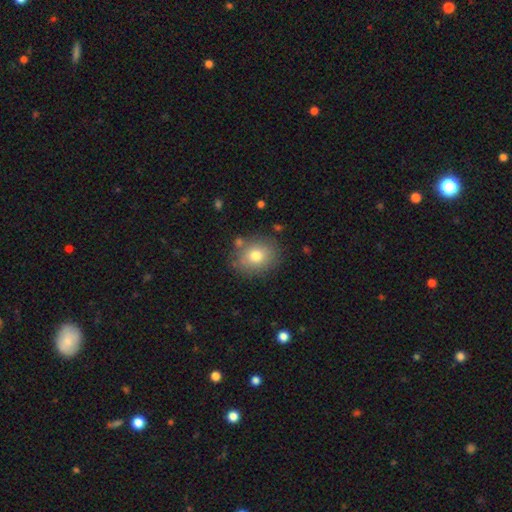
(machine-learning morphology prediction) Smooth or featured: smooth — 77% (featured or disk — 14%)
How rounded: round — 61% (in between — 38%)
Merging: none — 79% (minor disturbance — 13%)